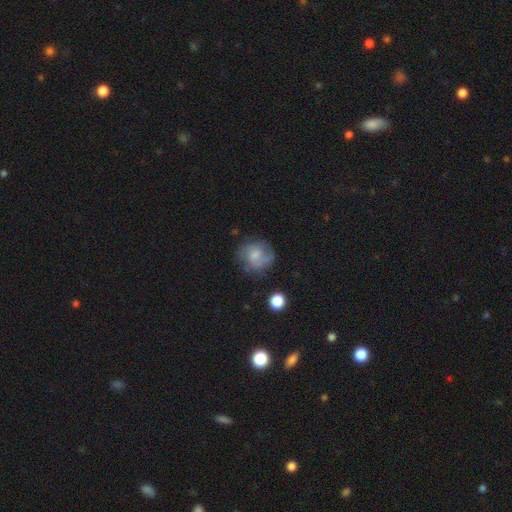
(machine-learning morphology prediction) This is possibly a smooth galaxy (52%). How rounded: likely round (77%). Merging: possibly none (55%).